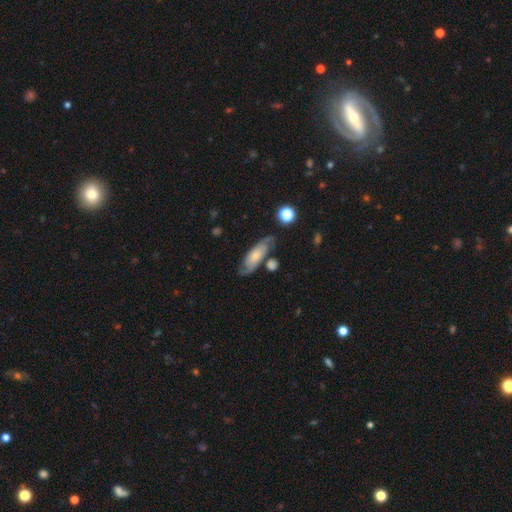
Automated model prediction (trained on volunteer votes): A featured or disk galaxy (54%). Merging: none (66%).